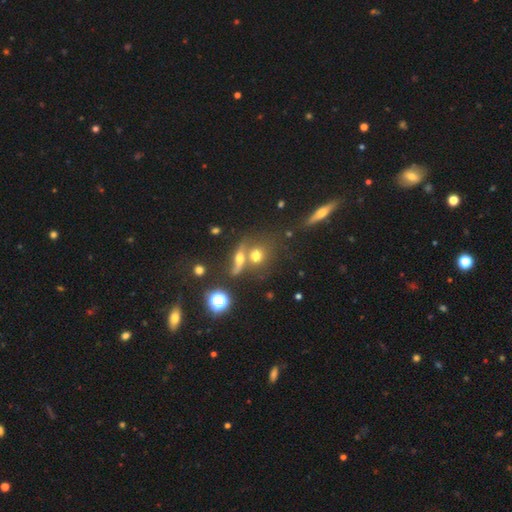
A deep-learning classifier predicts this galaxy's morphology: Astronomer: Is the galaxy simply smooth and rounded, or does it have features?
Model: smooth — 62%.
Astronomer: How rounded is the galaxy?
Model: round — 67%.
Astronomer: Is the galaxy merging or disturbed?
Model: none — 48% (runner-up: merger, 37%).